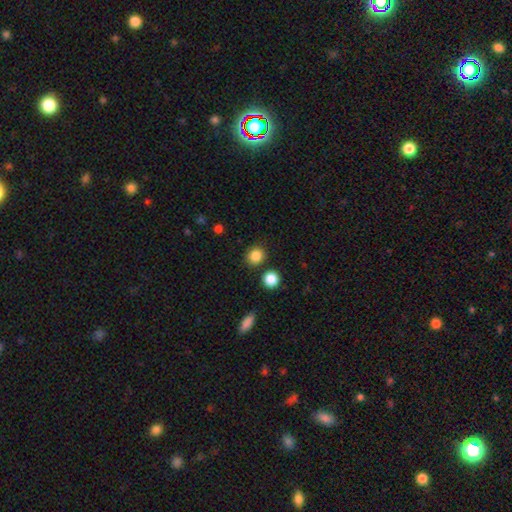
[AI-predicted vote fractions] Q: Smooth or featured?
A: smooth (85%); runner-up: star or artifact (10%)
Q: How rounded?
A: round (82%); runner-up: in between (17%)
Q: Merging?
A: none (84%); runner-up: minor disturbance (8%)